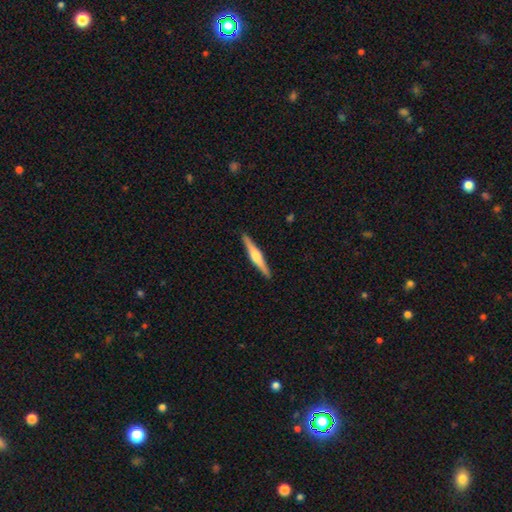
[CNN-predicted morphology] Smooth or featured?
  - featured or disk: 67% *
  - smooth: 28%
  - star or artifact: 5%
Edge-on disk?
  - yes: 98% *
  - no: 2%
Edge-on bulge?
  - rounded: 86% *
  - boxy: 9%
  - none: 5%
Merging?
  - none: 92% *
  - minor disturbance: 6%
  - major disturbance: 1%
  - merger: 1%